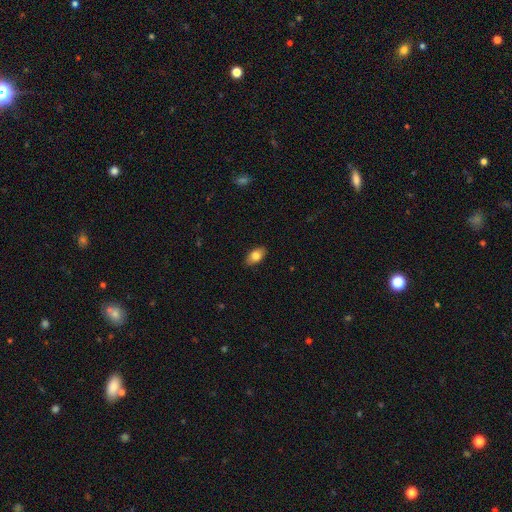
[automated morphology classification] Smooth or featured: smooth — 81% (featured or disk — 12%)
How rounded: in between — 91% (round — 5%)
Merging: none — 87% (minor disturbance — 10%)